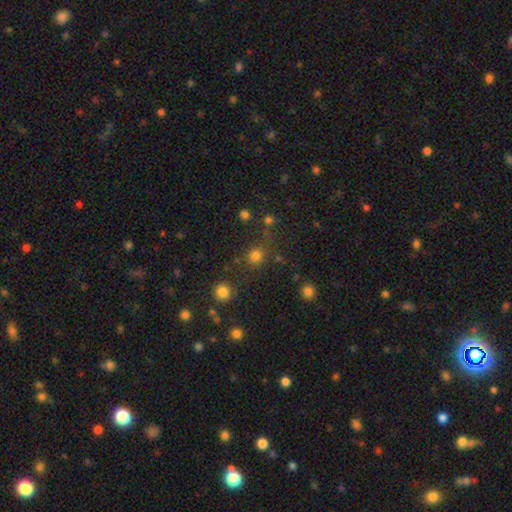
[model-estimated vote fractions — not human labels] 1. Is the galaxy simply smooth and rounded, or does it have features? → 76% smooth, 19% star or artifact, 5% featured or disk.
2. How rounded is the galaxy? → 88% round, 11% in between, 1% cigar-shaped.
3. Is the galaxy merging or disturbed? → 74% none, 11% minor disturbance, 9% merger, 6% major disturbance.